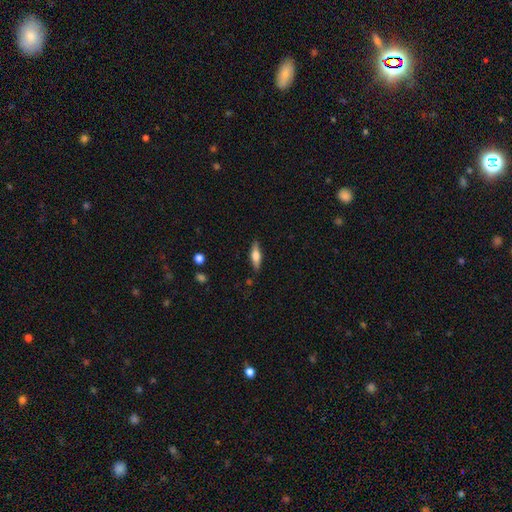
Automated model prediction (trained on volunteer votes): A smooth galaxy with no disk features (52%) that is cigar-shaped (56%). Merging: none (85%).